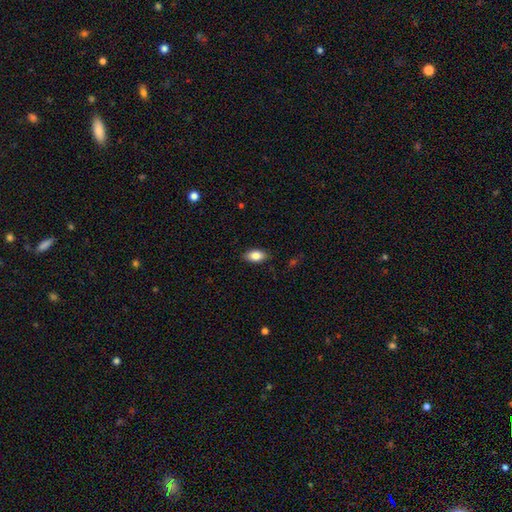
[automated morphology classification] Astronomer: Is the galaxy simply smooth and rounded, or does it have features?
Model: smooth — 85%.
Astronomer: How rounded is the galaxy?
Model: in between — 91%.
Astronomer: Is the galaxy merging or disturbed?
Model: none — 86%.